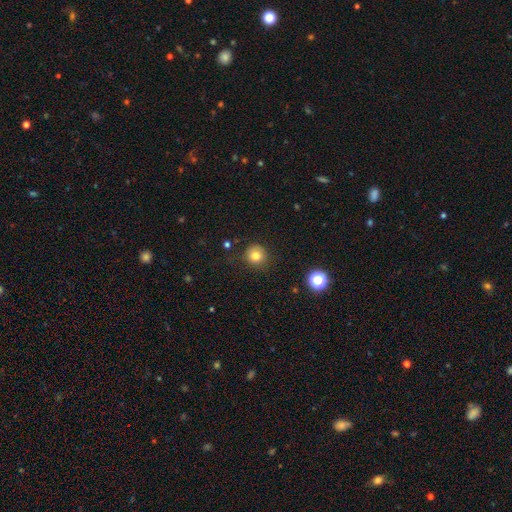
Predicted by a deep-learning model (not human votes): smooth-or-featured: smooth: 79% | star or artifact: 13% | featured or disk: 8%
  how-rounded: round: 92% | in between: 8% | cigar-shaped: 1%
  merging: none: 84% | minor disturbance: 11% | major disturbance: 3% | merger: 2%